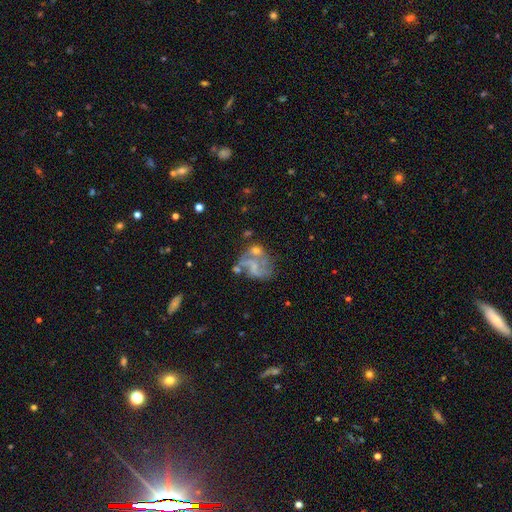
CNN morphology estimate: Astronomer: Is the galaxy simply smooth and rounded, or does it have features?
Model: featured or disk — 66%.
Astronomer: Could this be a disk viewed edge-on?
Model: no — 98%.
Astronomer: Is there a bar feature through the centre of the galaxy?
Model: no — 62%.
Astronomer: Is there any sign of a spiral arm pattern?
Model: yes — 62% (runner-up: no, 38%).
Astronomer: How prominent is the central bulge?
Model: none — 47% (runner-up: small, 35%).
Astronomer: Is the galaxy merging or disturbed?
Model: none — 38% (runner-up: major disturbance, 26%).